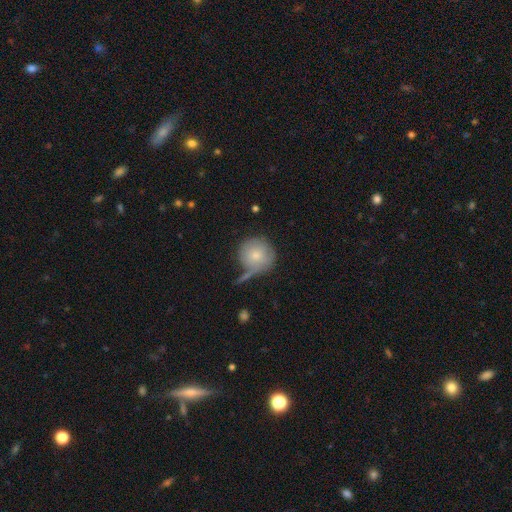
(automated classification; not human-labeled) Overall: smooth (78%). How rounded: round (94%). Merging: none (58%; minor disturbance 19%).